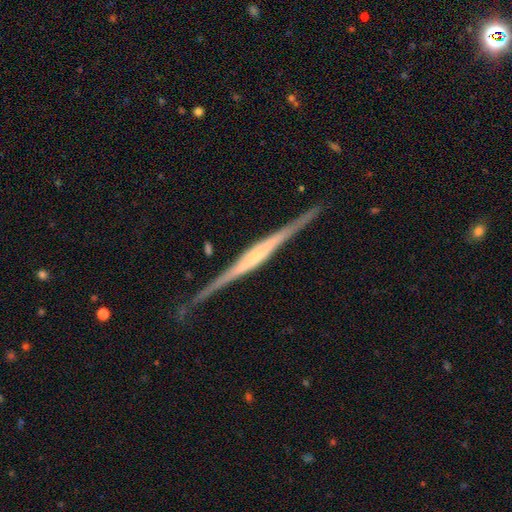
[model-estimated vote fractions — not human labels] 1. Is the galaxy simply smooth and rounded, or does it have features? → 84% featured or disk, 11% smooth, 5% star or artifact.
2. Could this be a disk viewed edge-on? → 98% yes, 2% no.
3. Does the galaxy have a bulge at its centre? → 54% rounded, 24% boxy, 23% none.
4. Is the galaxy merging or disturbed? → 85% none, 11% minor disturbance, 2% major disturbance, 1% merger.